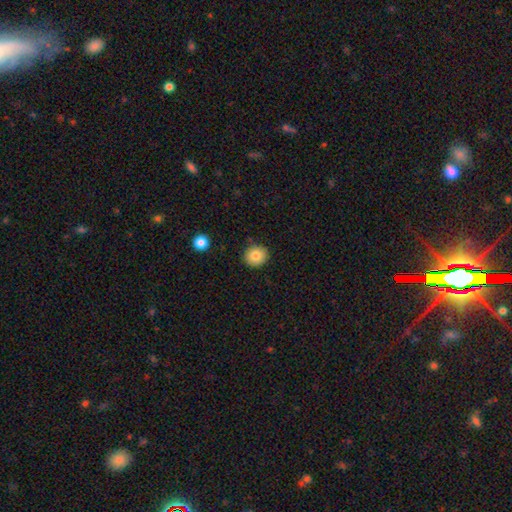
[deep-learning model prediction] Smooth or featured: smooth — 83% (star or artifact — 10%)
How rounded: round — 81% (in between — 18%)
Merging: none — 88% (minor disturbance — 8%)